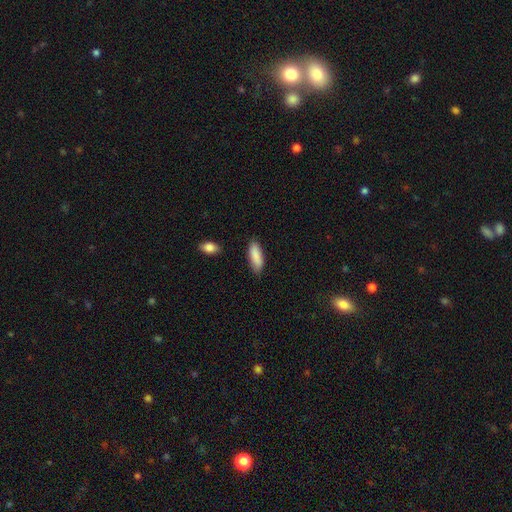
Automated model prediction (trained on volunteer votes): This is clearly a smooth galaxy (89%). How rounded: likely in between (63%). Merging: clearly none (84%).